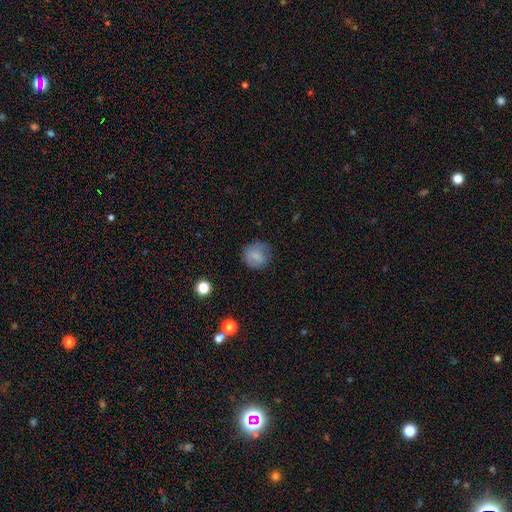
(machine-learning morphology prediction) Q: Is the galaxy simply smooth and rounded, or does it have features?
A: smooth — 76%.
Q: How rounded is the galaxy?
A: round — 83%.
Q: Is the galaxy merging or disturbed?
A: none — 73%.